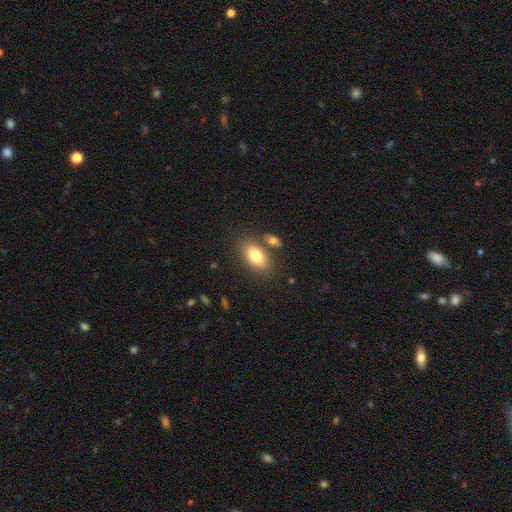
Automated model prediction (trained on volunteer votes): smooth-or-featured: smooth: 80% | featured or disk: 13% | star or artifact: 7%
  how-rounded: in between: 90% | round: 6% | cigar-shaped: 3%
  merging: none: 70% | merger: 15% | minor disturbance: 12% | major disturbance: 4%